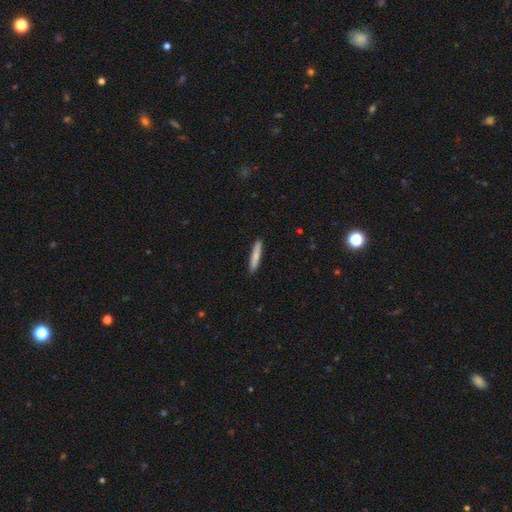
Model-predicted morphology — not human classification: This is clearly a smooth galaxy (81%). How rounded: clearly cigar-shaped (94%). Merging: clearly none (91%).